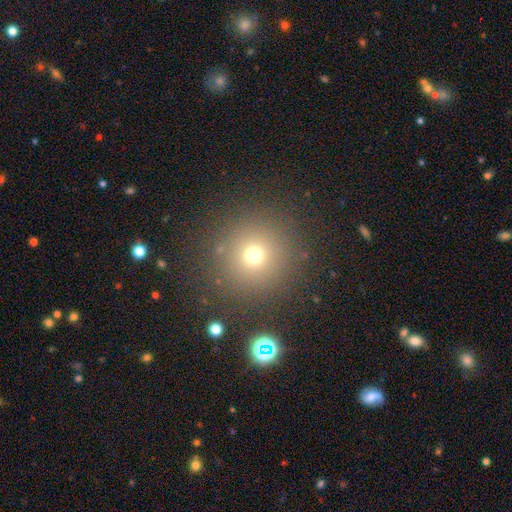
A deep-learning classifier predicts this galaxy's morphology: A smooth galaxy with no disk features (65%) that is round (95%). Merging: none (88%).